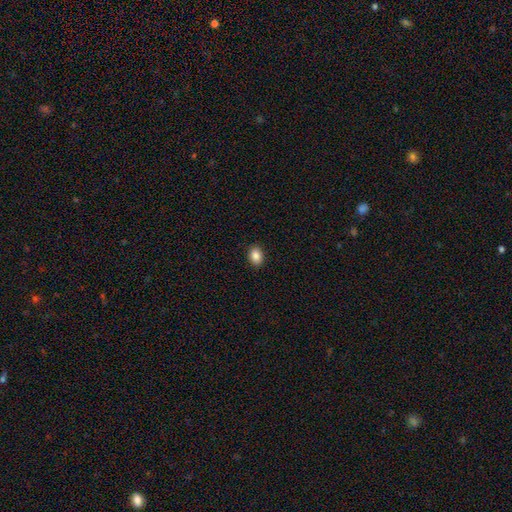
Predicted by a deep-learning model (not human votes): Smooth or featured? smooth (86%)
How rounded? in between (72%)
Merging? none (91%)